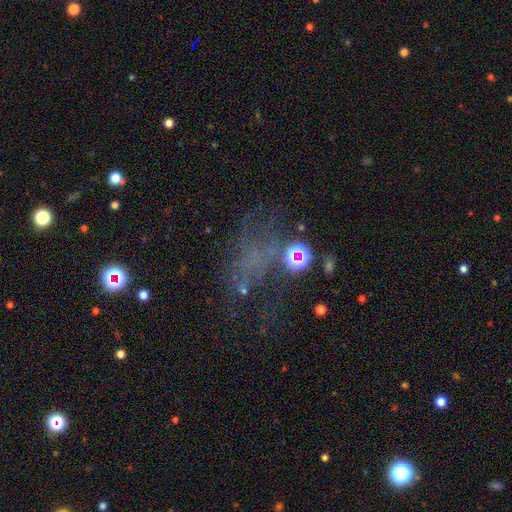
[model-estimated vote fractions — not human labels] Morphology: type=star or artifact (40%).